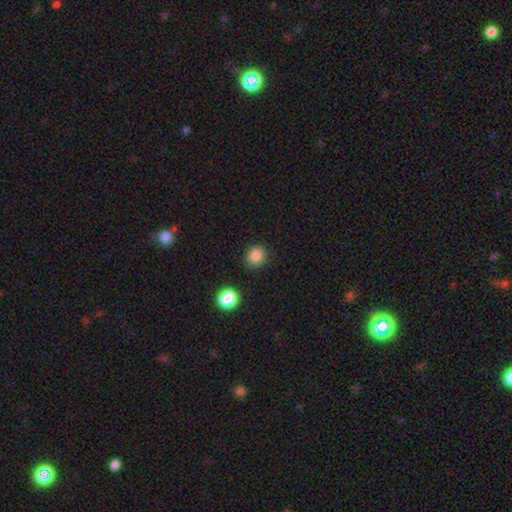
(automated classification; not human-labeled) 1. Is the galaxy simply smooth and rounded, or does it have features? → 85% smooth, 11% star or artifact, 4% featured or disk.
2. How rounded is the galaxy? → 81% round, 18% in between, 1% cigar-shaped.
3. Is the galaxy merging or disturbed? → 89% none, 7% minor disturbance, 2% major disturbance, 2% merger.